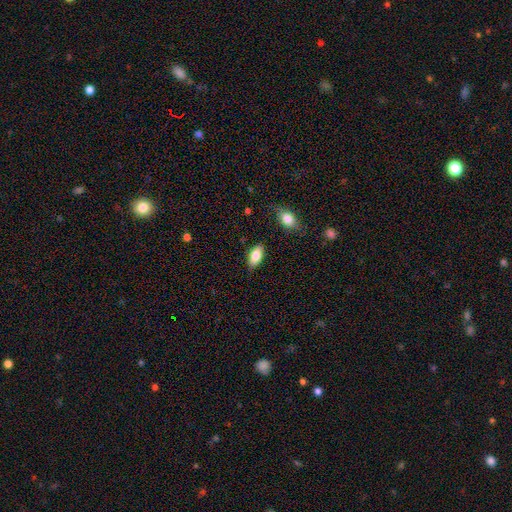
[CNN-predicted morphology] Q: Smooth or featured?
A: smooth (81%); runner-up: featured or disk (12%)
Q: How rounded?
A: in between (88%); runner-up: cigar-shaped (10%)
Q: Merging?
A: none (85%); runner-up: minor disturbance (11%)